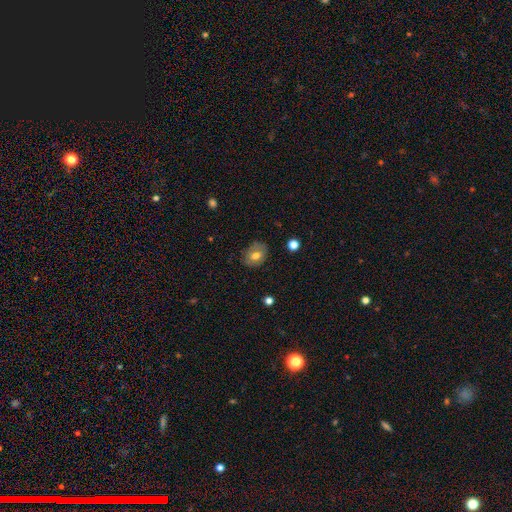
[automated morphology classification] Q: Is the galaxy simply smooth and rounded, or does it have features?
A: smooth — 66%.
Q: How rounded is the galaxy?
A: in between — 62%.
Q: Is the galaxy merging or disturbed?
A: none — 75%.